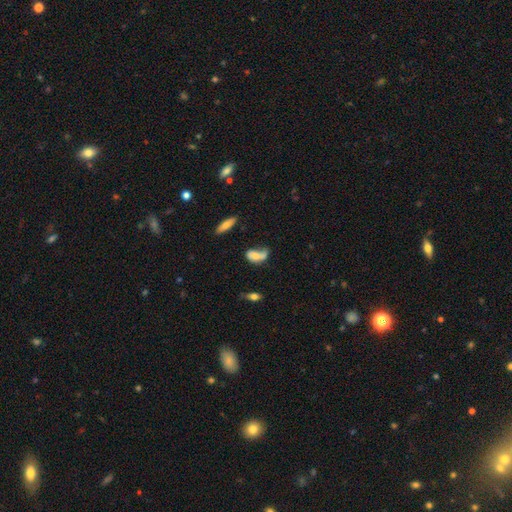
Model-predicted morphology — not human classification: Q: Smooth or featured?
A: smooth (57%); runner-up: featured or disk (34%)
Q: How rounded?
A: in between (82%); runner-up: round (11%)
Q: Merging?
A: none (28%); runner-up: major disturbance (24%)